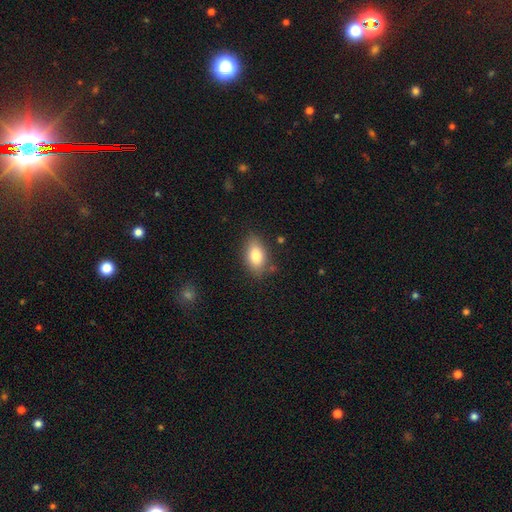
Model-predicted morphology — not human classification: The model was most divided on "merging": none: 80%, minor disturbance: 14%, major disturbance: 3%, merger: 2%. More confident: how rounded — in between (89%); smooth or featured — smooth (81%).